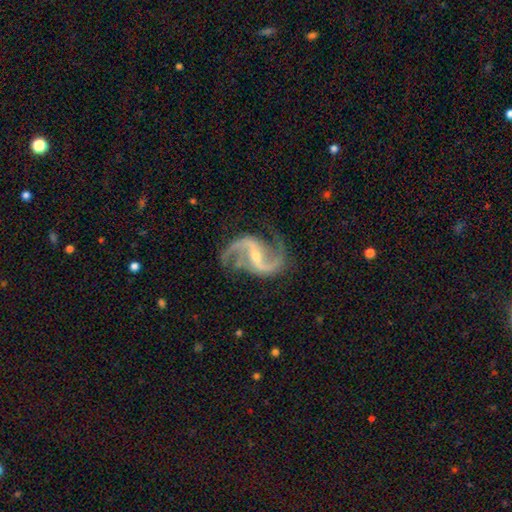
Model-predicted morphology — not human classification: Smooth or featured: featured or disk — 93% (star or artifact — 5%)
Edge-on disk: no — 98% (yes — 2%)
Bar: strong — 41% (weak — 39%)
Spiral arms: yes — 98% (no — 2%)
Spiral winding: loose — 52% (medium — 40%)
Spiral arm count: 2 — 93% (3 — 2%)
Bulge size: small — 66% (moderate — 30%)
Merging: none — 78% (minor disturbance — 14%)